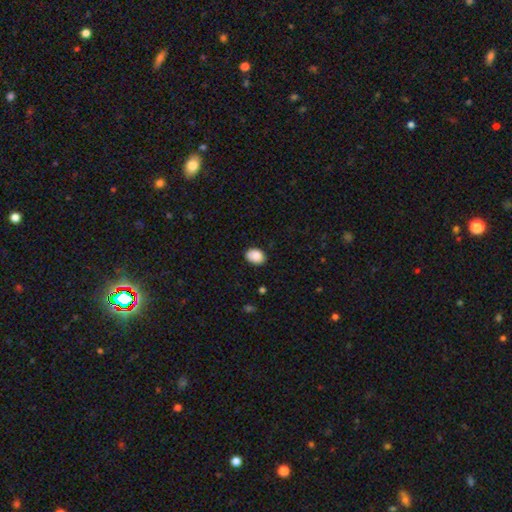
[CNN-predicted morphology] Smooth or featured?
  - smooth: 88% *
  - star or artifact: 8%
  - featured or disk: 5%
How rounded?
  - in between: 72% *
  - round: 27%
  - cigar-shaped: 1%
Merging?
  - none: 83% *
  - minor disturbance: 14%
  - major disturbance: 2%
  - merger: 1%